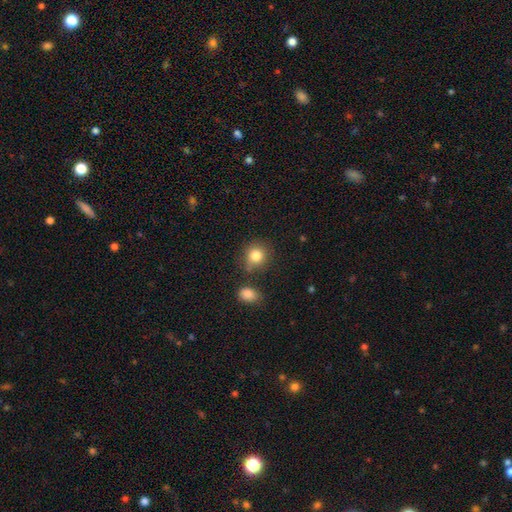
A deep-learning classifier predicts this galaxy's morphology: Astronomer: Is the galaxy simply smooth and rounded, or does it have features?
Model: smooth — 83%.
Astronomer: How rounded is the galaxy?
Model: round — 82%.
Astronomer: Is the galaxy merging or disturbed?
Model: none — 69%.